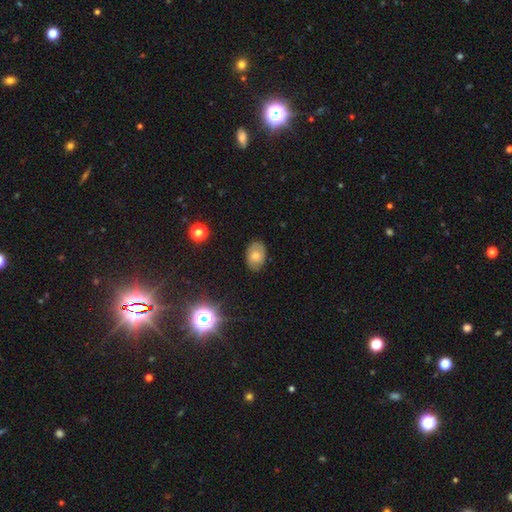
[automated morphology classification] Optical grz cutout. It shows a smooth galaxy with no disk features (60%) that is in between round and cigar-shaped (80%). Merging: none (79%).